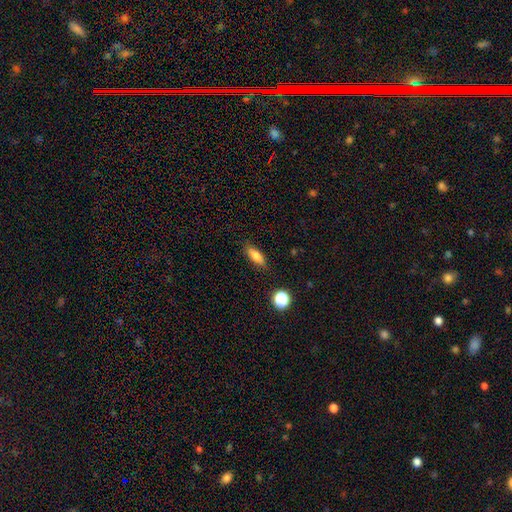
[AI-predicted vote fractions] Smooth or featured: smooth — 80% (featured or disk — 11%)
How rounded: in between — 64% (cigar-shaped — 33%)
Merging: none — 86% (minor disturbance — 10%)